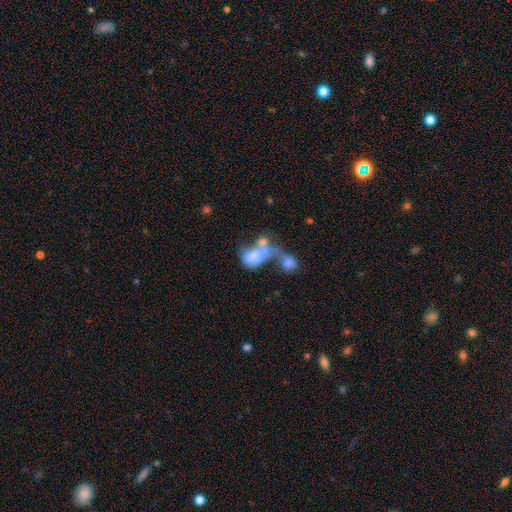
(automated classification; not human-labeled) Smooth or featured? Predicted: smooth (p=0.49). Merging? Predicted: merger (p=0.60).